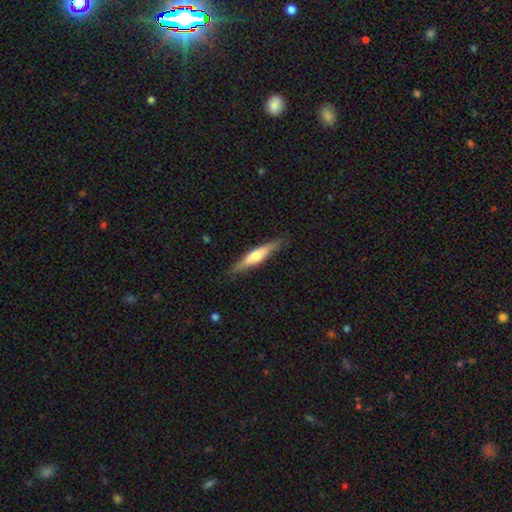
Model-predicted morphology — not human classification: type=smooth (47%, tied with featured or disk); merging=none (86%).